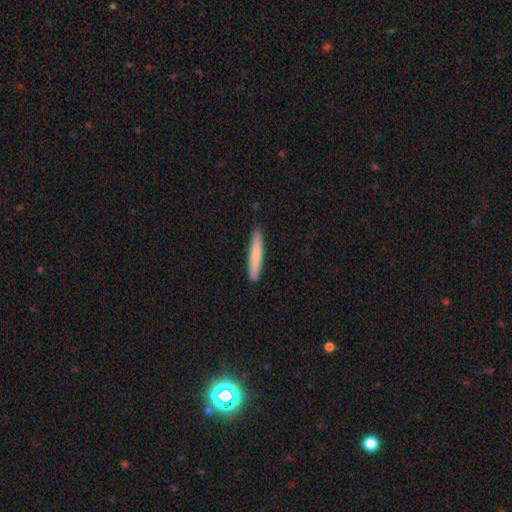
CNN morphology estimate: Smooth or featured?
  - smooth: 80% *
  - featured or disk: 15%
  - star or artifact: 5%
How rounded?
  - cigar-shaped: 95% *
  - in between: 4%
  - round: 1%
Merging?
  - none: 91% *
  - minor disturbance: 7%
  - major disturbance: 1%
  - merger: 1%